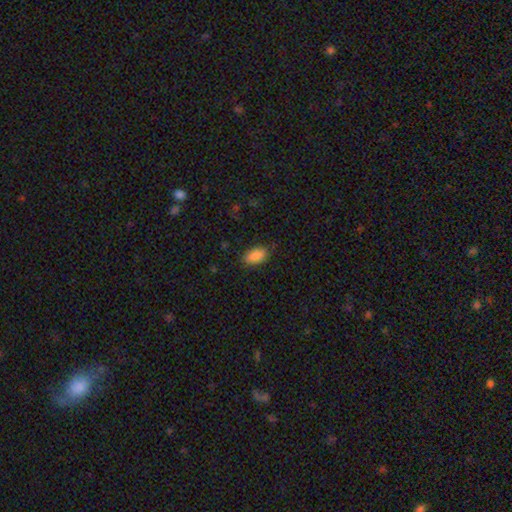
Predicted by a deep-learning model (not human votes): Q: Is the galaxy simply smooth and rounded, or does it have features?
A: smooth — 89%.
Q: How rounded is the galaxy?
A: in between — 92%.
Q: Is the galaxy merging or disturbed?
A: none — 82%.